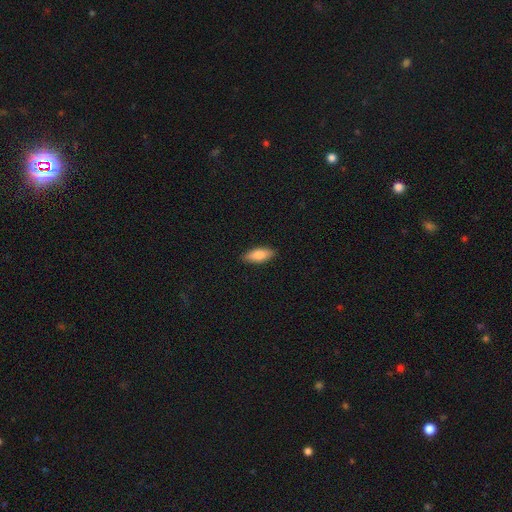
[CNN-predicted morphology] smooth-or-featured: smooth: 83% | featured or disk: 11% | star or artifact: 6%
  how-rounded: in between: 76% | cigar-shaped: 22% | round: 2%
  merging: none: 90% | minor disturbance: 8% | major disturbance: 2% | merger: 1%